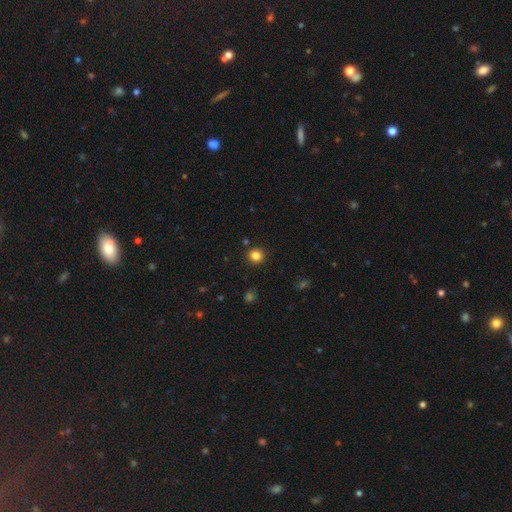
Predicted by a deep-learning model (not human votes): The model was most divided on "smooth or featured": smooth: 83%, star or artifact: 13%, featured or disk: 5%. More confident: how rounded — round (92%); merging — none (90%).